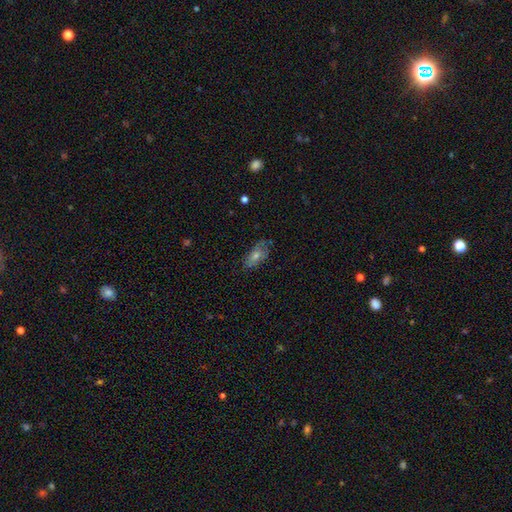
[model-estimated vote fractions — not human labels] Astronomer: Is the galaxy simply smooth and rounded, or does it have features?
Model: featured or disk — 52% (runner-up: smooth, 34%).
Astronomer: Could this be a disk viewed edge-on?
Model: no — 82%.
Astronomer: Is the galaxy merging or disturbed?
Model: none — 71%.